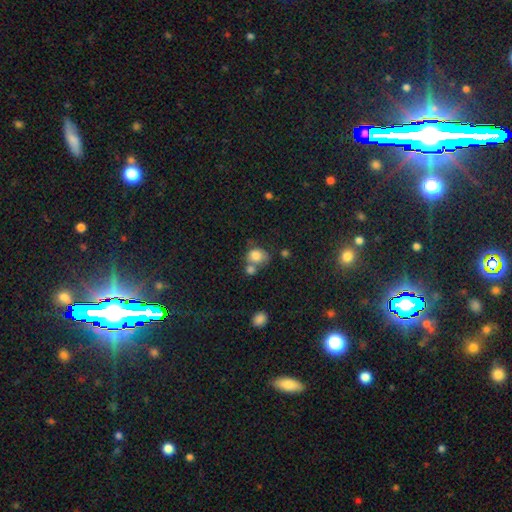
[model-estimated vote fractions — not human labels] smooth 80%, star or artifact 10%, featured or disk 10%. Down the decision tree: how rounded — round (56%); merging — none (39%, tied with merger).